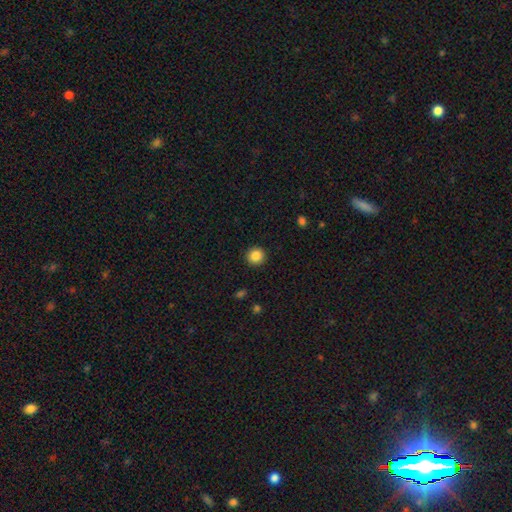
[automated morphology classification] Q: Smooth or featured?
A: smooth (86%); runner-up: star or artifact (10%)
Q: How rounded?
A: round (94%); runner-up: in between (5%)
Q: Merging?
A: none (92%); runner-up: minor disturbance (5%)